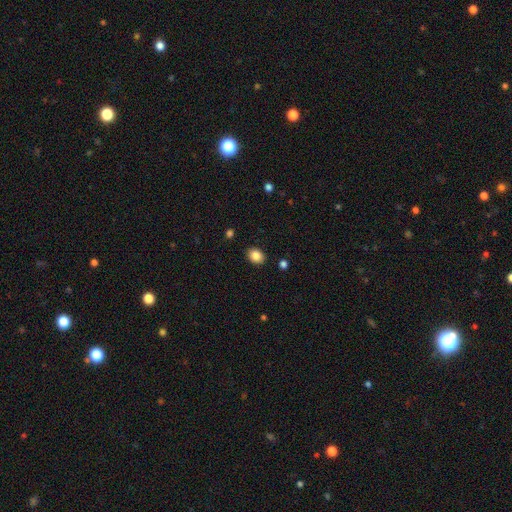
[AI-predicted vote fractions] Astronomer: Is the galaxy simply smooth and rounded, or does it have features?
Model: smooth — 85%.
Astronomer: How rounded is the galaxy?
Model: in between — 59% (runner-up: round, 40%).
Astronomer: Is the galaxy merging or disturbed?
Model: none — 89%.